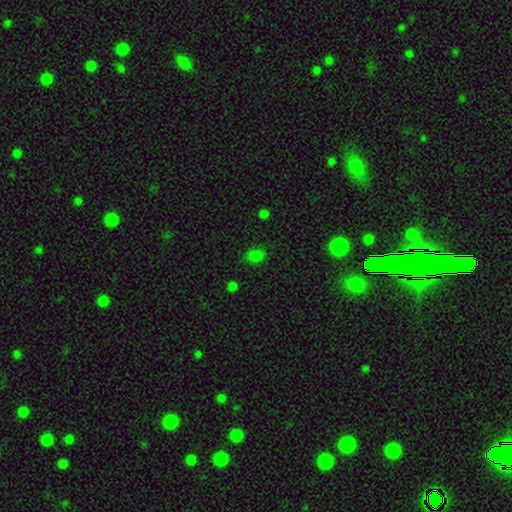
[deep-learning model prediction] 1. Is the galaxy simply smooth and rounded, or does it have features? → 74% smooth, 21% star or artifact, 4% featured or disk.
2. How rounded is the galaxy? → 58% in between, 41% round, 1% cigar-shaped.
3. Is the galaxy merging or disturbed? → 77% none, 17% minor disturbance, 4% major disturbance, 2% merger.